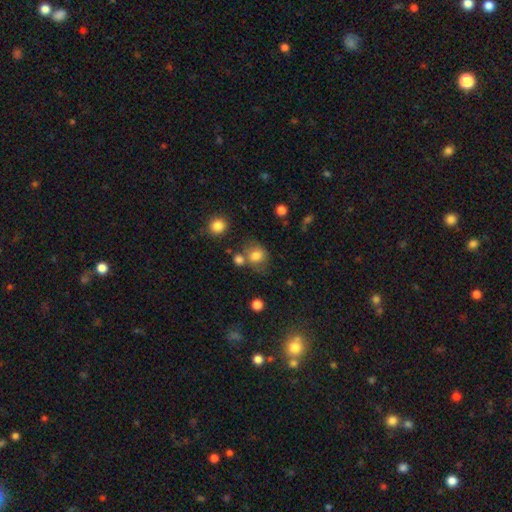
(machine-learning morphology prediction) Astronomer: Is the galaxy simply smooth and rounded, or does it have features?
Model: smooth — 78%.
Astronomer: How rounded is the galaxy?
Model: round — 69%.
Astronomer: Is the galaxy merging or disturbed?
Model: none — 58%.